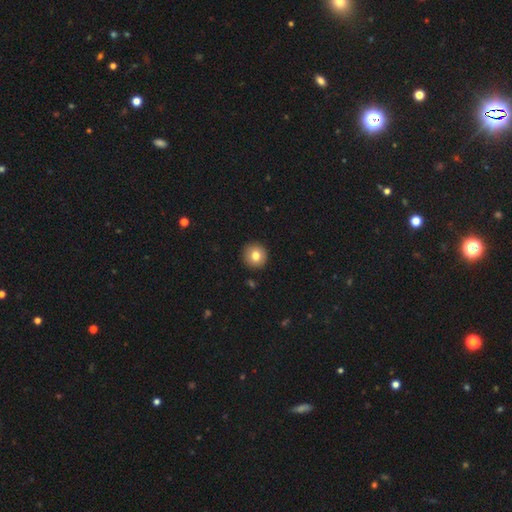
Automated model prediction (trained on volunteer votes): Smooth or featured: smooth — 79% (featured or disk — 11%)
How rounded: round — 94% (in between — 5%)
Merging: none — 92% (minor disturbance — 5%)